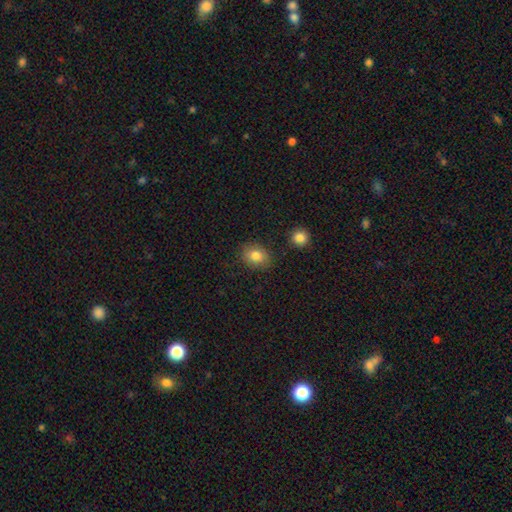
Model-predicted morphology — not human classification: A smooth galaxy with no disk features (82%) that is round (51%). Merging: none (84%).